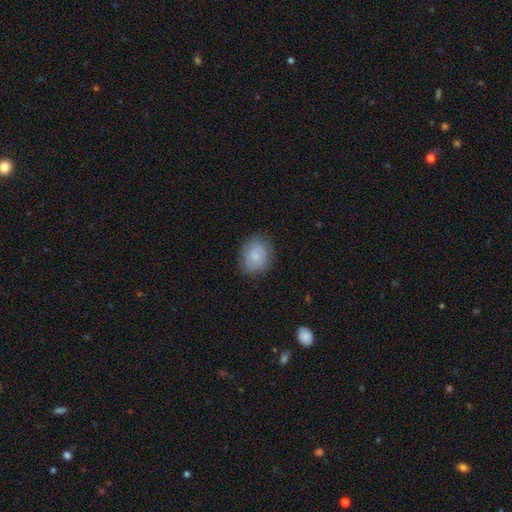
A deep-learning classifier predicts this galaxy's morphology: This is likely a smooth galaxy (66%). How rounded: possibly round (57%). Merging: likely none (80%).